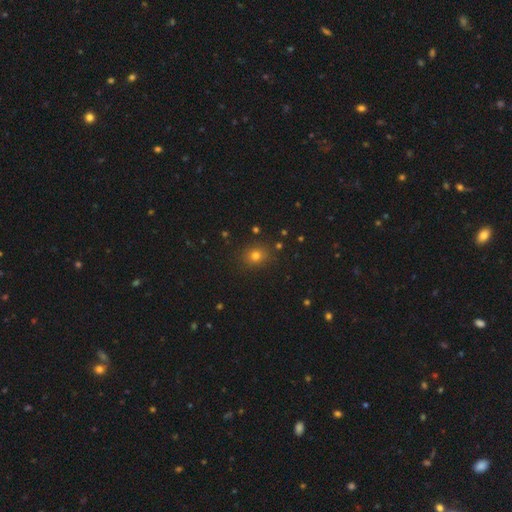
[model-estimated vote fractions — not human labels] This appears to be a smooth galaxy with no disk features (74%) that is round (73%). Merging: none (86%).